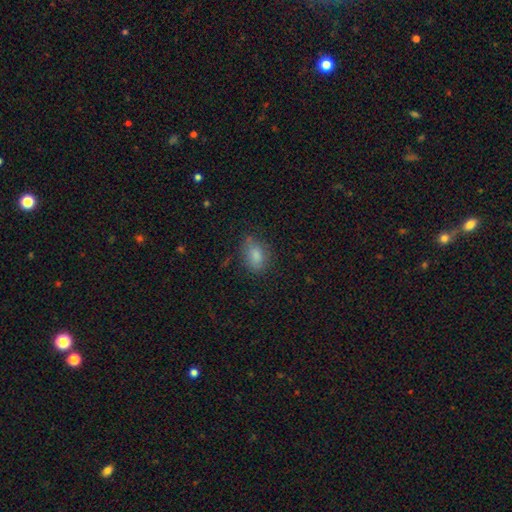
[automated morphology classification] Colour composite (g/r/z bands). It shows a smooth galaxy with no disk features (83%) that is in between round and cigar-shaped (76%). Merging: none (67%).